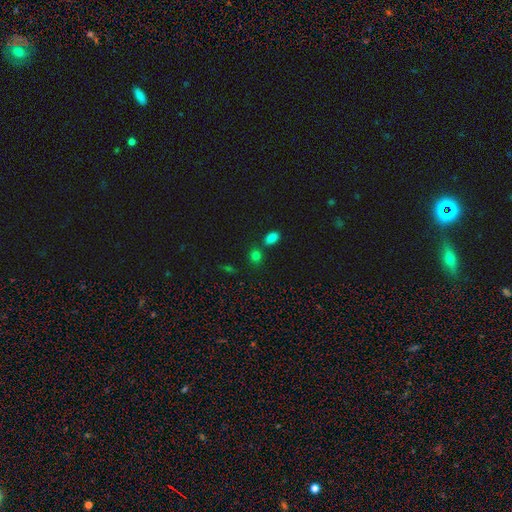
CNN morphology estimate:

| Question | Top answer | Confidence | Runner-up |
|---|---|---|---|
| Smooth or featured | smooth | 79% | star or artifact (16%) |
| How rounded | in between | 54% | round (44%) |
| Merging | none | 67% | merger (19%) |